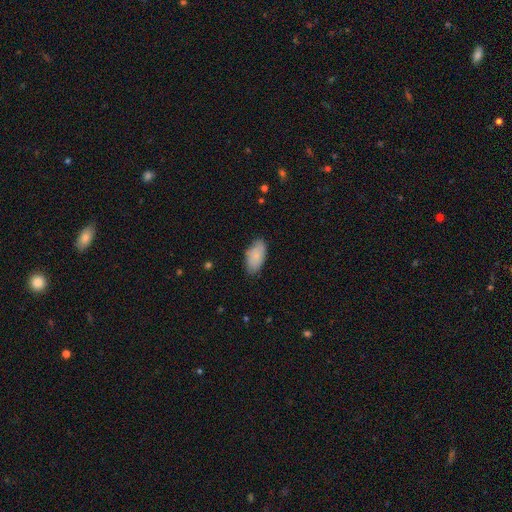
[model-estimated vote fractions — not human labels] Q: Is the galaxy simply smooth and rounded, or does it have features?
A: smooth — 81%.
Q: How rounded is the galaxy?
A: in between — 94%.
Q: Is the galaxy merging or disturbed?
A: none — 79%.